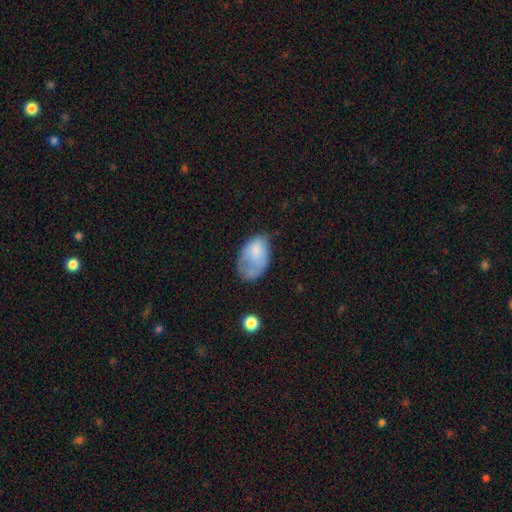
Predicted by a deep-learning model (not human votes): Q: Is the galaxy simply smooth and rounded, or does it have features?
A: smooth — 72%.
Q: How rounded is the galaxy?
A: in between — 91%.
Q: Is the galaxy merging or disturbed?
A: minor disturbance — 36%.